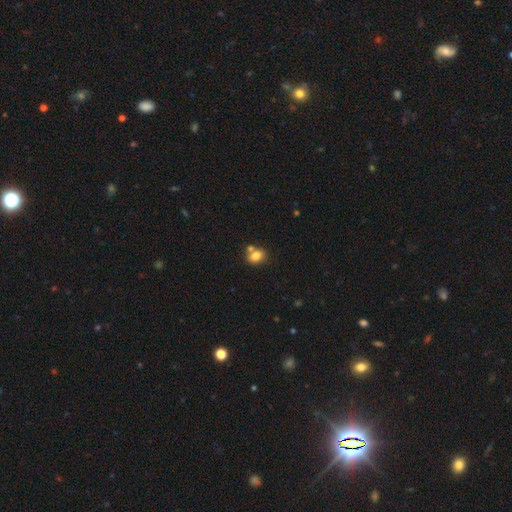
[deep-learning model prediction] Smooth or featured?
  - smooth: 80% *
  - star or artifact: 10%
  - featured or disk: 10%
How rounded?
  - in between: 59% *
  - round: 40%
  - cigar-shaped: 1%
Merging?
  - none: 56% *
  - merger: 29%
  - minor disturbance: 12%
  - major disturbance: 3%